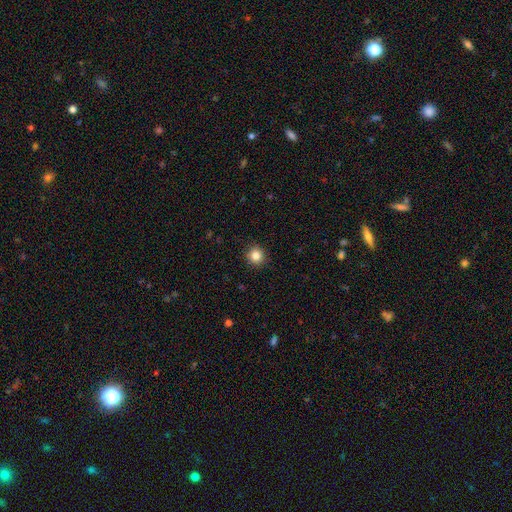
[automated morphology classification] This appears to be a smooth galaxy with no disk features (84%) that is round (93%). Merging: none (92%).